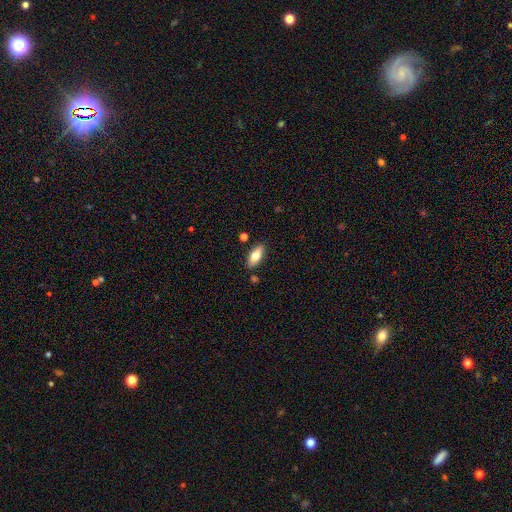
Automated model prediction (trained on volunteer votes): A smooth galaxy with no disk features (71%) that is in between round and cigar-shaped (81%).

Vote fractions:
- Smooth or featured? smooth: 71% / featured or disk: 23% / star or artifact: 7%
- How rounded? in between: 81% / cigar-shaped: 16% / round: 3%
- Merging? none: 85% / minor disturbance: 10% / merger: 3% / major disturbance: 2%